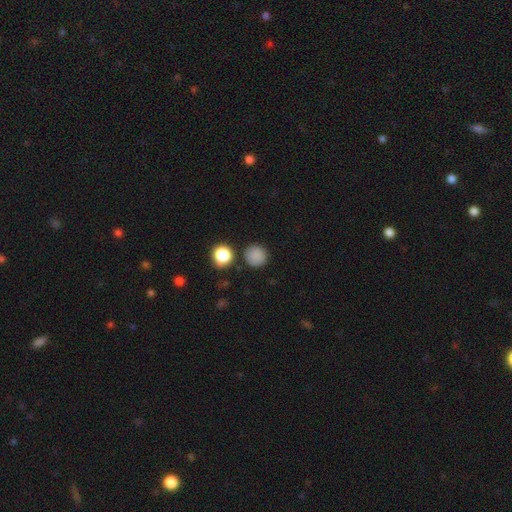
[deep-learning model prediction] smooth-or-featured: smooth: 84% | star or artifact: 12% | featured or disk: 4%
  how-rounded: round: 93% | in between: 6% | cigar-shaped: 1%
  merging: none: 86% | minor disturbance: 8% | merger: 4% | major disturbance: 3%